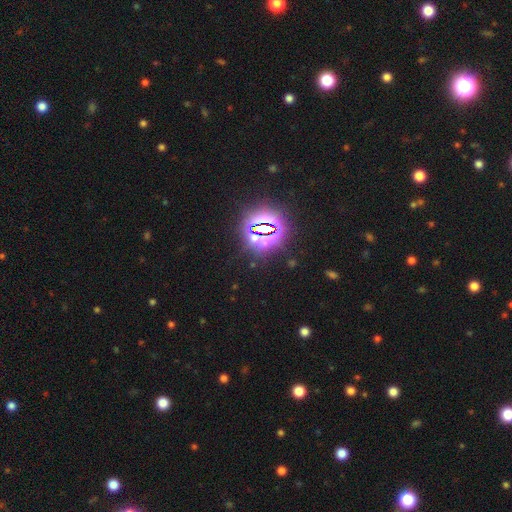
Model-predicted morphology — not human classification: Smooth or featured?
  - star or artifact: 81% *
  - smooth: 13%
  - featured or disk: 6%